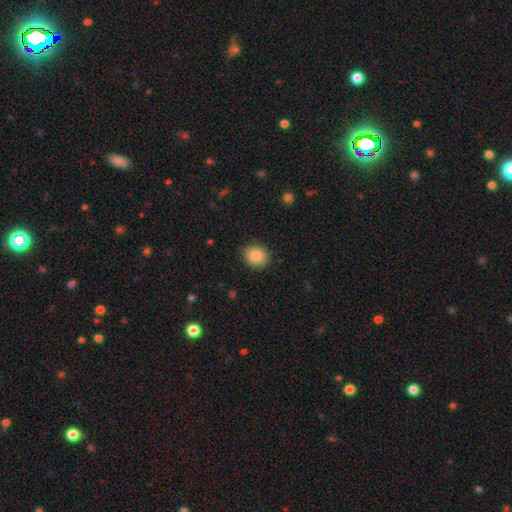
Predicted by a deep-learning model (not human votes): A smooth galaxy with no disk features (87%) that is round (79%).

Vote fractions:
- Smooth or featured? smooth: 87% / star or artifact: 9% / featured or disk: 5%
- How rounded? round: 79% / in between: 20% / cigar-shaped: 1%
- Merging? none: 88% / minor disturbance: 8% / major disturbance: 2% / merger: 1%